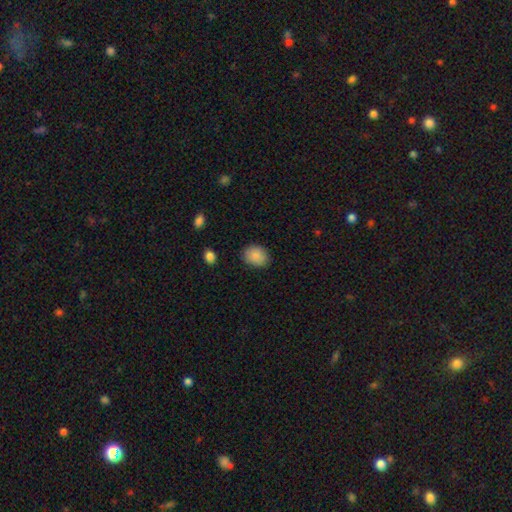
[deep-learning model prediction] The model was most divided on "how rounded": round: 55%, in between: 44%, cigar-shaped: 1%. More confident: smooth or featured — smooth (87%); merging — none (86%).